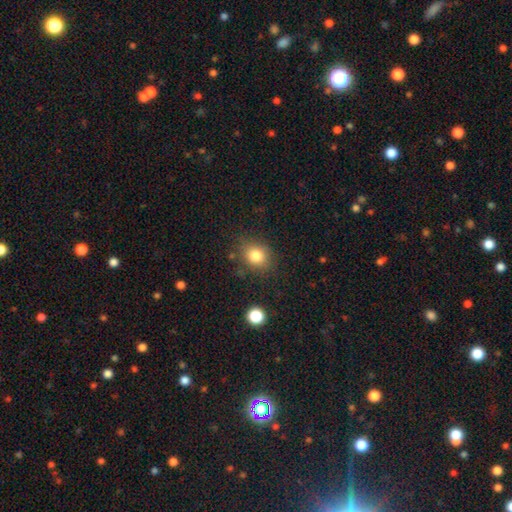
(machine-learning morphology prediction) Smooth or featured?
  - smooth: 81% *
  - star or artifact: 12%
  - featured or disk: 8%
How rounded?
  - round: 63% *
  - in between: 36%
  - cigar-shaped: 1%
Merging?
  - none: 80% *
  - minor disturbance: 14%
  - major disturbance: 4%
  - merger: 3%